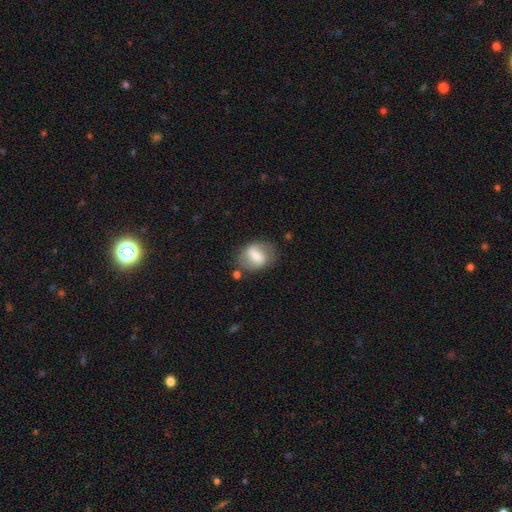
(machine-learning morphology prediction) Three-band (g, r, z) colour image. It shows a smooth galaxy with no disk features (50%). Merging: none (67%).